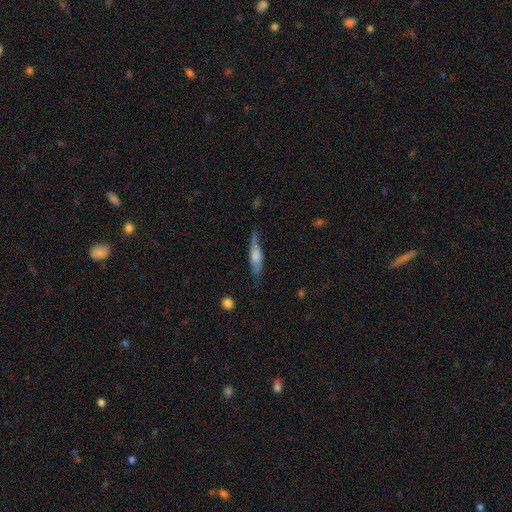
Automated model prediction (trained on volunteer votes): A smooth galaxy with no disk features (50%). Merging: none (67%).